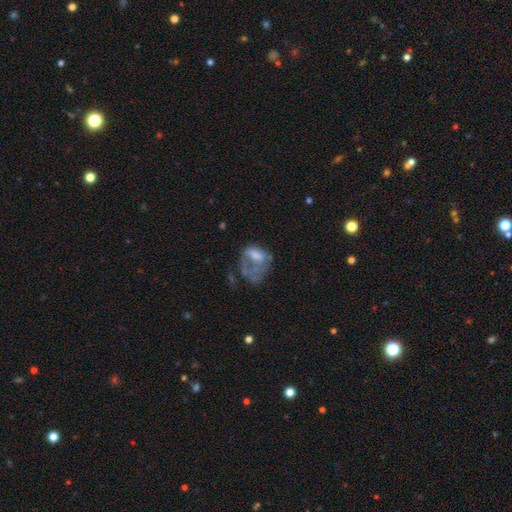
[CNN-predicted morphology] Q: Smooth or featured?
A: featured or disk (48%); runner-up: smooth (39%)
Q: Merging?
A: major disturbance (49%); runner-up: none (24%)